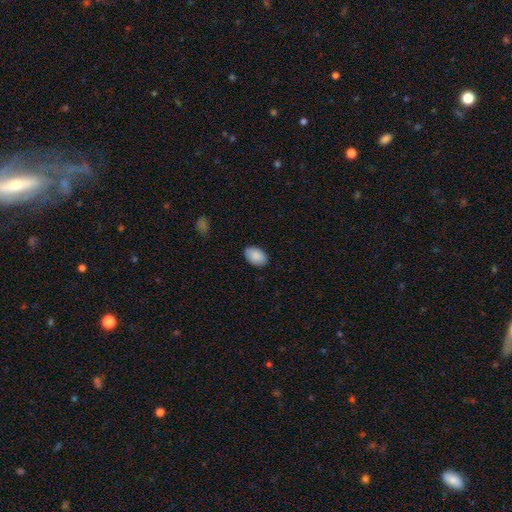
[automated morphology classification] smooth 89%, star or artifact 6%, featured or disk 5%. Down the decision tree: how rounded — in between (90%); merging — none (87%).